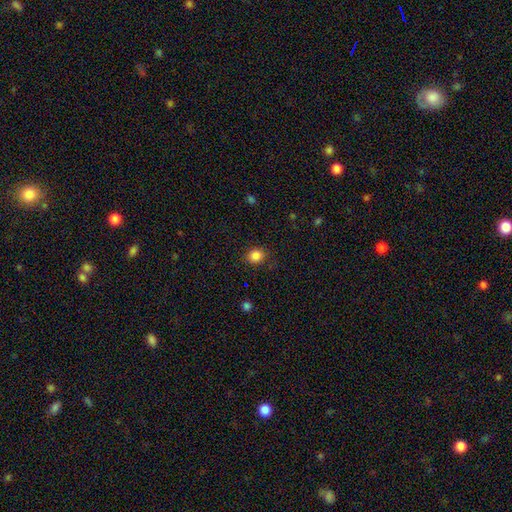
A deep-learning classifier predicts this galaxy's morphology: The model was most divided on "how rounded": round: 71%, in between: 28%, cigar-shaped: 1%. More confident: smooth or featured — smooth (85%); merging — none (85%).